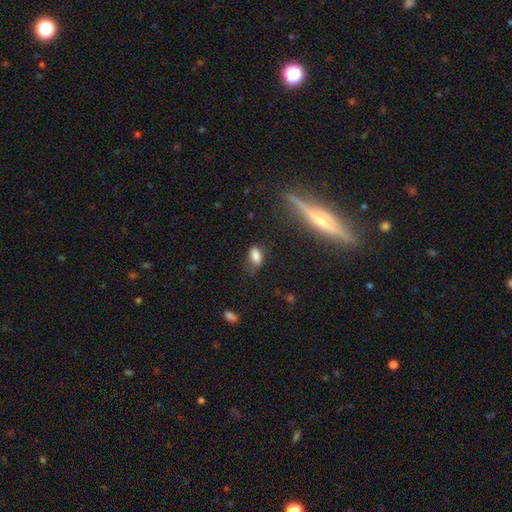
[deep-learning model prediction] smooth_or_featured: smooth (p=0.81) [alt: star or artifact p=0.11]
how_rounded: in between (p=0.88) [alt: round p=0.07]
merging: none (p=0.62) [alt: minor disturbance p=0.26]